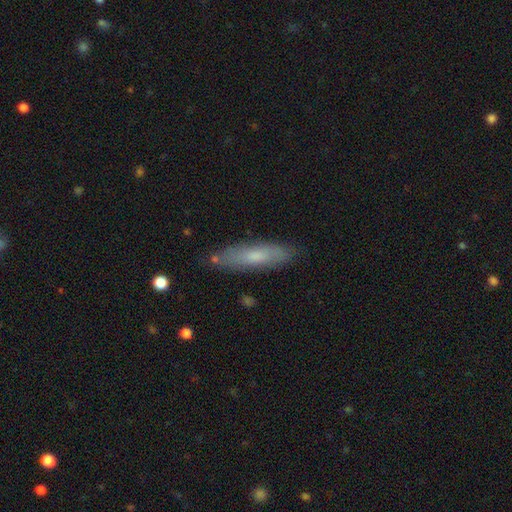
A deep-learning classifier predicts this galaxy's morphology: Smooth or featured: smooth — 64% (featured or disk — 29%)
How rounded: cigar-shaped — 72% (in between — 27%)
Merging: none — 82% (minor disturbance — 13%)